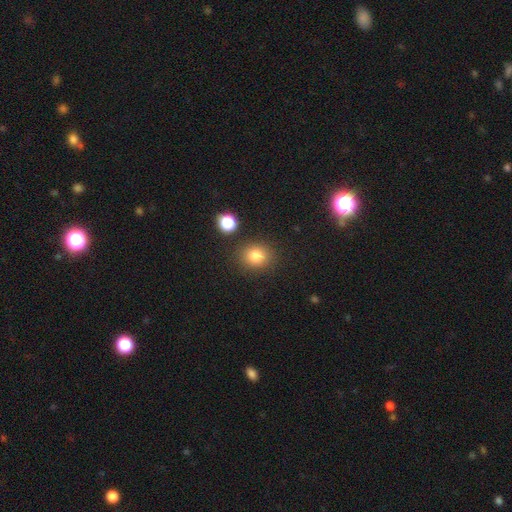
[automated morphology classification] A smooth galaxy with no disk features (81%) that is round (70%).

Vote fractions:
- Smooth or featured? smooth: 81% / star or artifact: 12% / featured or disk: 6%
- How rounded? round: 70% / in between: 29% / cigar-shaped: 1%
- Merging? none: 84% / minor disturbance: 9% / merger: 4% / major disturbance: 3%